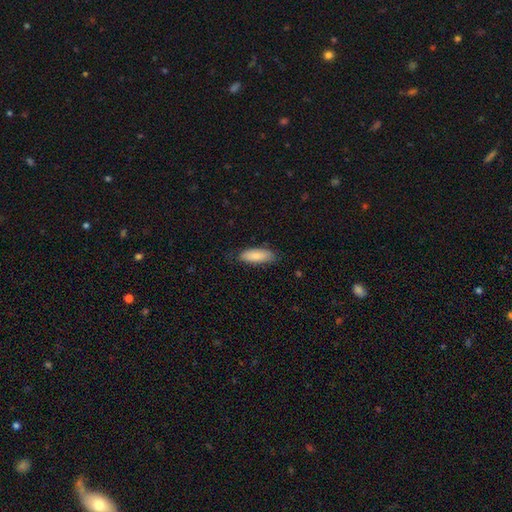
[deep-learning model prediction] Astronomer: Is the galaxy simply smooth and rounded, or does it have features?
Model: smooth — 84%.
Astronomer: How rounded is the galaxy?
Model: in between — 73%.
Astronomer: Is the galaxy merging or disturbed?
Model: none — 75%.